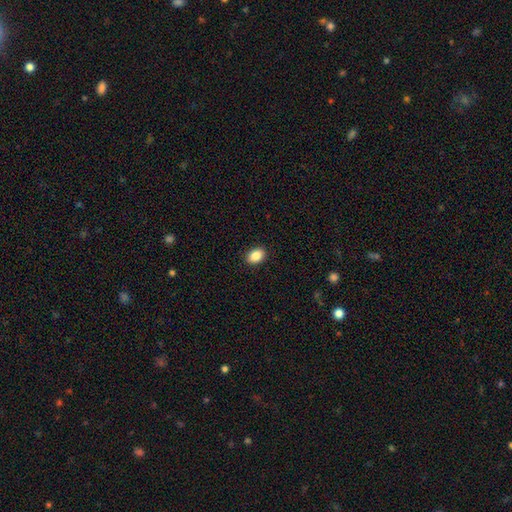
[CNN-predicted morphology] This is clearly a smooth galaxy (87%). How rounded: likely in between (80%). Merging: clearly none (91%).